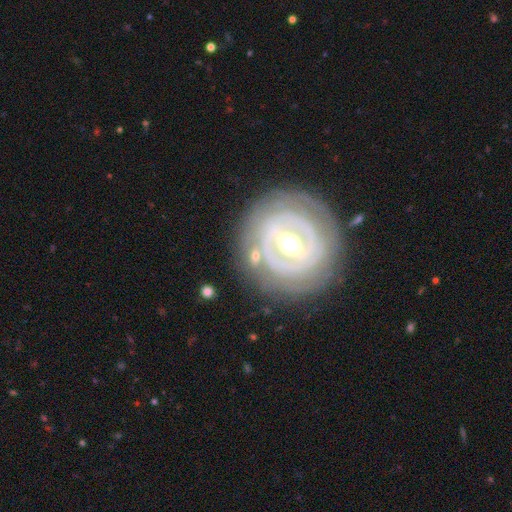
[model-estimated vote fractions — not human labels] smooth_or_featured: featured or disk (p=0.74) [alt: smooth p=0.19]
disk_edge_on: no (p=0.92) [alt: yes p=0.08]
bar: strong (p=0.43) [alt: weak p=0.32]
has_spiral_arms: yes (p=0.63) [alt: no p=0.37]
bulge_size: moderate (p=0.76) [alt: large p=0.12]
merging: none (p=0.70) [alt: minor disturbance p=0.16]